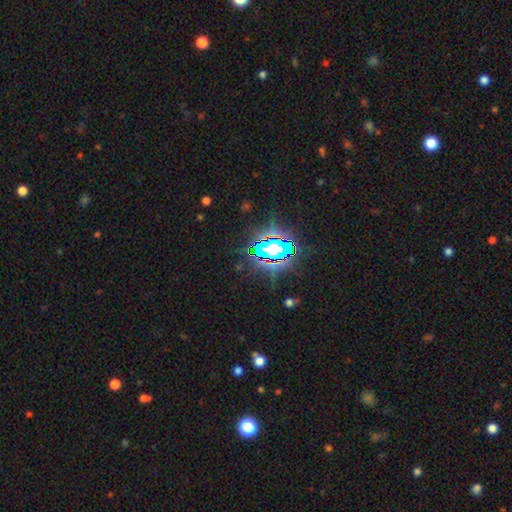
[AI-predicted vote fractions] Smooth or featured?
  - star or artifact: 81% *
  - smooth: 11%
  - featured or disk: 7%